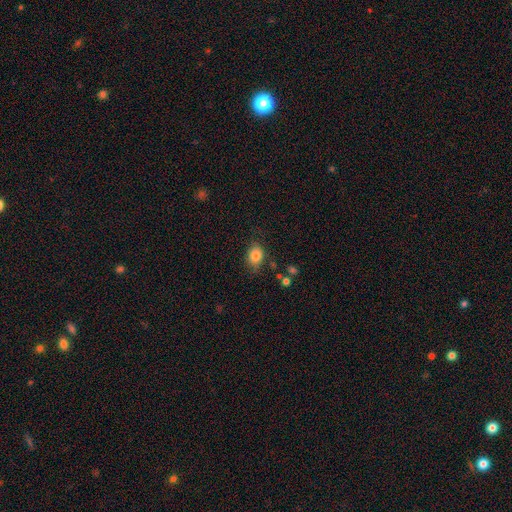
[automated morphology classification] Smooth or featured: smooth — 82% (star or artifact — 10%)
How rounded: in between — 59% (round — 40%)
Merging: none — 72% (minor disturbance — 20%)